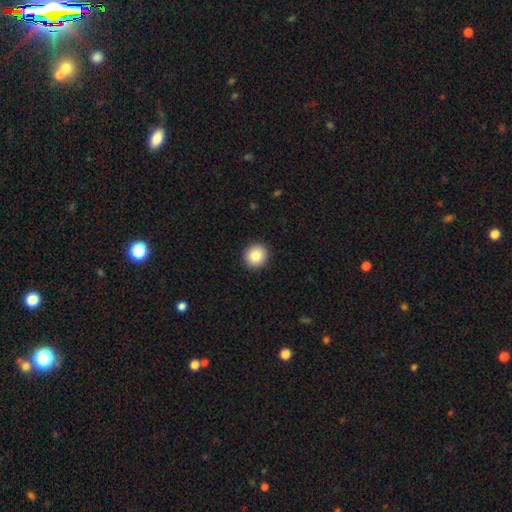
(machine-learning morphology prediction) The model was most divided on "smooth or featured": smooth: 84%, star or artifact: 9%, featured or disk: 7%. More confident: merging — none (93%); how rounded — round (92%).